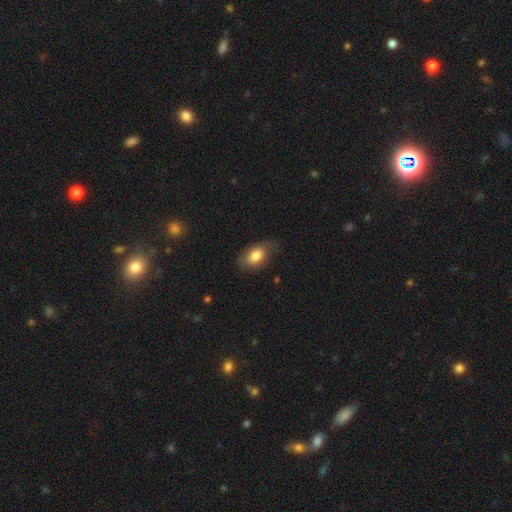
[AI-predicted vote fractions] A smooth galaxy with no disk features (76%) that is in between round and cigar-shaped (90%).

Vote fractions:
- Smooth or featured? smooth: 76% / featured or disk: 17% / star or artifact: 7%
- How rounded? in between: 90% / round: 8% / cigar-shaped: 2%
- Merging? none: 67% / minor disturbance: 24% / major disturbance: 8% / merger: 1%